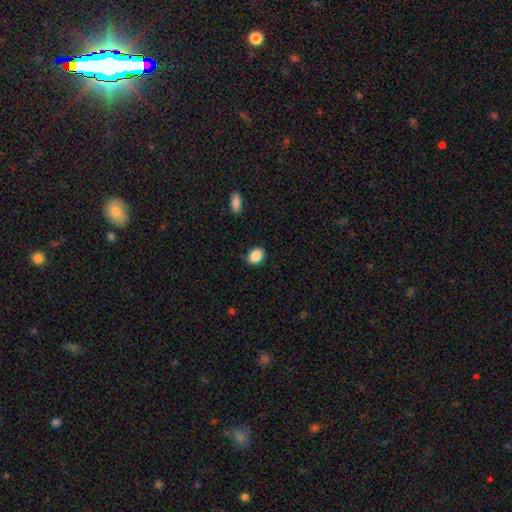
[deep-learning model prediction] smooth-or-featured: smooth: 88% | star or artifact: 8% | featured or disk: 4%
  how-rounded: in between: 61% | round: 38% | cigar-shaped: 1%
  merging: none: 83% | minor disturbance: 13% | major disturbance: 3% | merger: 1%